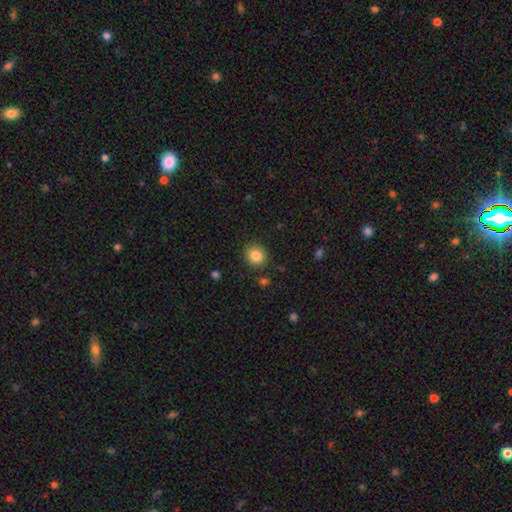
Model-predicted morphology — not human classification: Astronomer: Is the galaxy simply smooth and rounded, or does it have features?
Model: smooth — 86%.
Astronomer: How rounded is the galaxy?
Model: round — 77%.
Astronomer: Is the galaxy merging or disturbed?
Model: none — 87%.